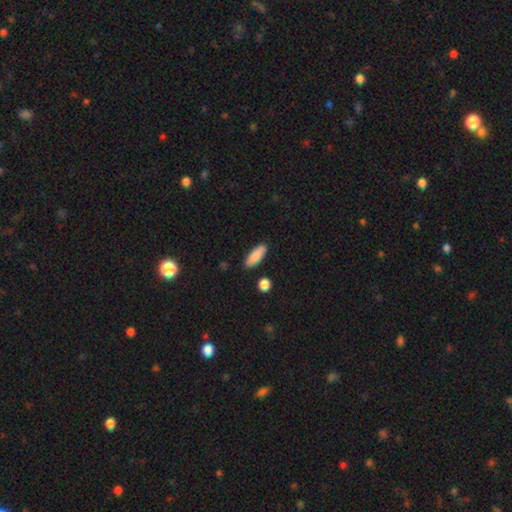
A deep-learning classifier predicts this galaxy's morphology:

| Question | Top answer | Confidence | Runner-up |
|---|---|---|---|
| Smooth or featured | smooth | 86% | featured or disk (8%) |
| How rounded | in between | 63% | cigar-shaped (35%) |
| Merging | none | 86% | minor disturbance (9%) |